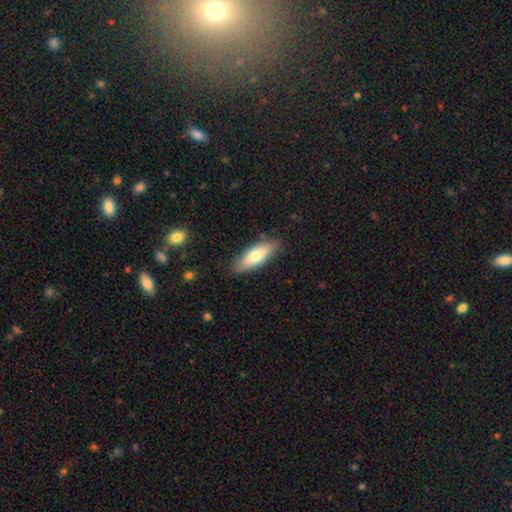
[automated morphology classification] smooth-or-featured: smooth: 69% | featured or disk: 25% | star or artifact: 6%
  how-rounded: in between: 63% | cigar-shaped: 34% | round: 2%
  merging: none: 85% | minor disturbance: 12% | major disturbance: 2% | merger: 1%